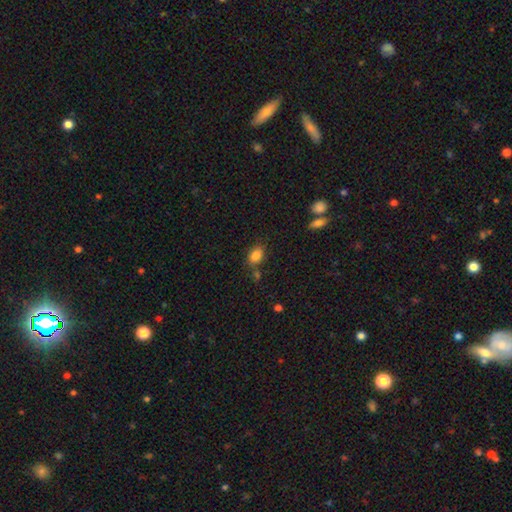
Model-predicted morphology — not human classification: This is clearly a smooth galaxy (84%). How rounded: clearly in between (80%). Merging: likely none (69%).